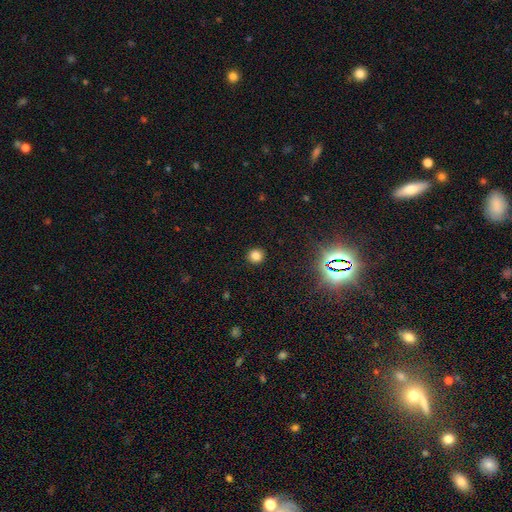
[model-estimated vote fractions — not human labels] Q: Smooth or featured?
A: smooth (82%); runner-up: star or artifact (14%)
Q: How rounded?
A: round (90%); runner-up: in between (9%)
Q: Merging?
A: none (92%); runner-up: minor disturbance (5%)